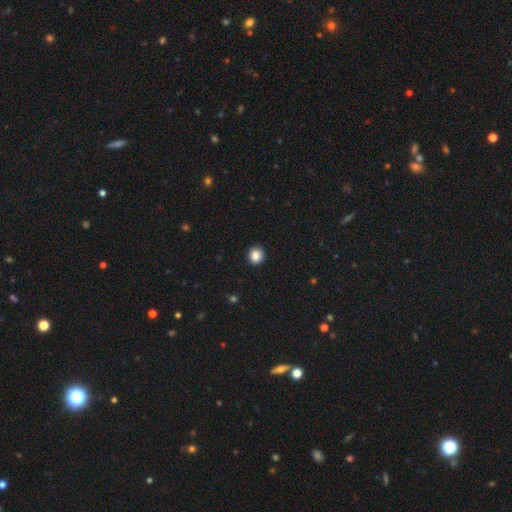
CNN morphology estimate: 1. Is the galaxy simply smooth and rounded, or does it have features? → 86% smooth, 10% star or artifact, 4% featured or disk.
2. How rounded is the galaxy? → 89% round, 10% in between, 1% cigar-shaped.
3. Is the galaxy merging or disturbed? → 93% none, 5% minor disturbance, 2% major disturbance, 1% merger.